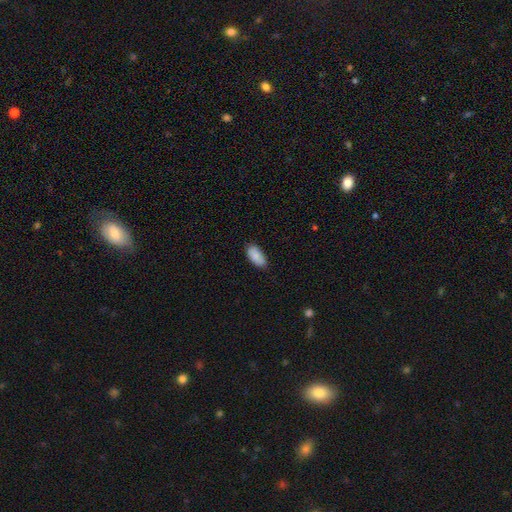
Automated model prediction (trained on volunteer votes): Q: Smooth or featured?
A: smooth (87%); runner-up: featured or disk (7%)
Q: How rounded?
A: in between (93%); runner-up: cigar-shaped (5%)
Q: Merging?
A: none (81%); runner-up: minor disturbance (16%)